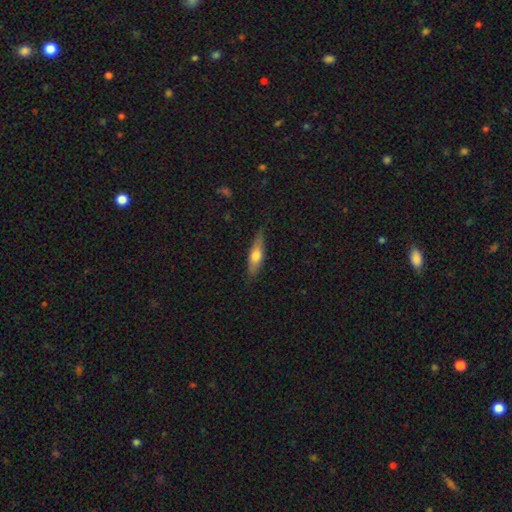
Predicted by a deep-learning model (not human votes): A smooth galaxy with no disk features (58%) that is cigar-shaped (58%). Merging: none (80%).